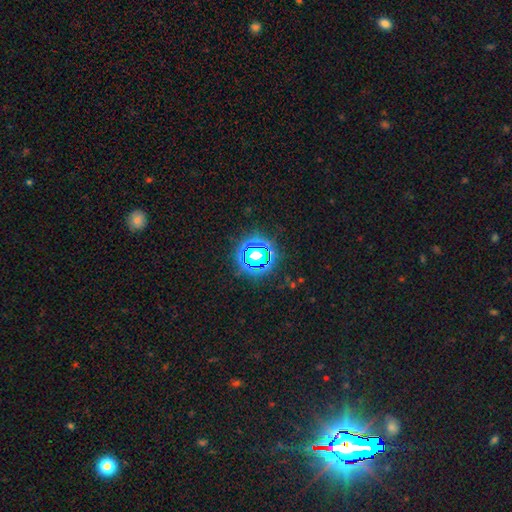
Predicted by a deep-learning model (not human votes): Smooth or featured?
  - star or artifact: 66% *
  - smooth: 22%
  - featured or disk: 12%